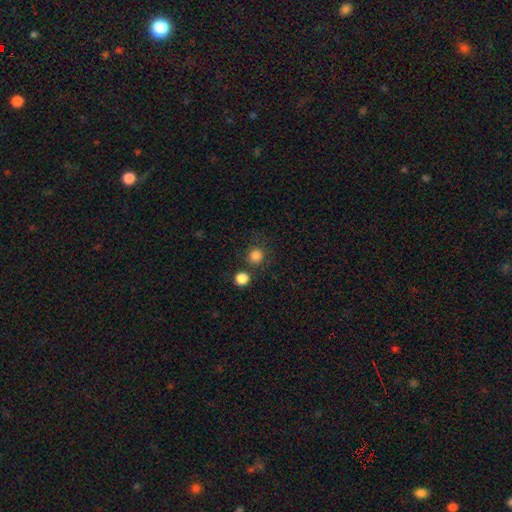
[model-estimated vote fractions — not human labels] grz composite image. It shows a smooth galaxy with no disk features (84%) that is round (92%). Merging: none (75%).